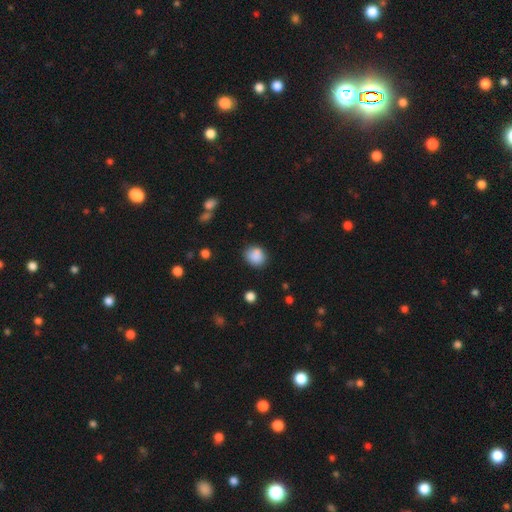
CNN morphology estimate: This is clearly a smooth galaxy (87%). How rounded: likely round (66%). Merging: likely none (78%).